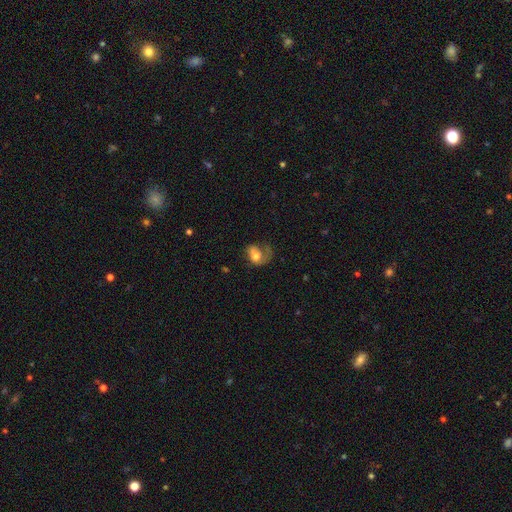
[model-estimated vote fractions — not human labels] Smooth or featured? Predicted: smooth (p=0.50). How rounded? Predicted: in between (p=0.64). Merging? Predicted: major disturbance (p=0.46).